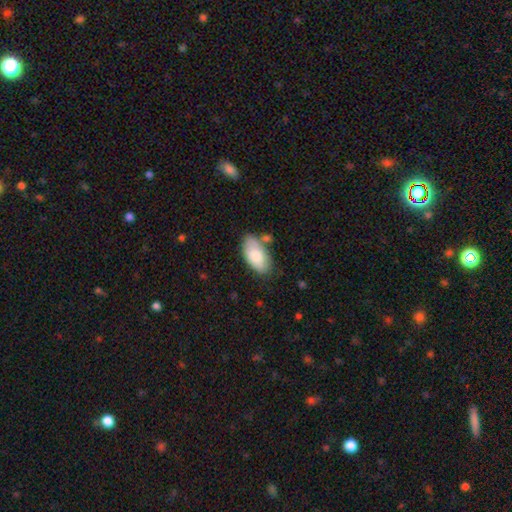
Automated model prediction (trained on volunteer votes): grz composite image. It shows a smooth galaxy with no disk features (81%) that is in between round and cigar-shaped (94%). Merging: none (66%).